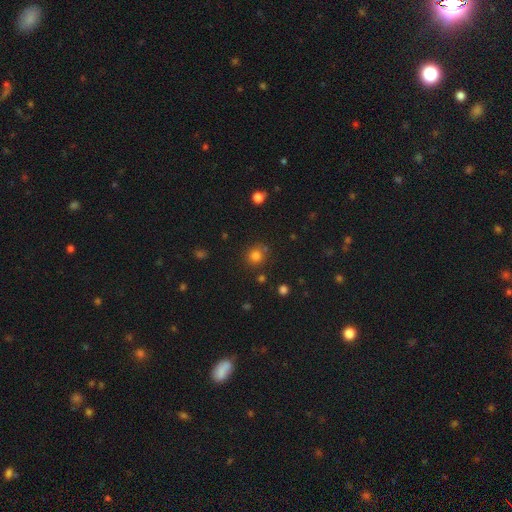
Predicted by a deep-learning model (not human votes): Smooth or featured?
  - smooth: 80% *
  - star or artifact: 15%
  - featured or disk: 6%
How rounded?
  - round: 91% *
  - in between: 8%
  - cigar-shaped: 1%
Merging?
  - none: 79% *
  - minor disturbance: 10%
  - merger: 7%
  - major disturbance: 3%